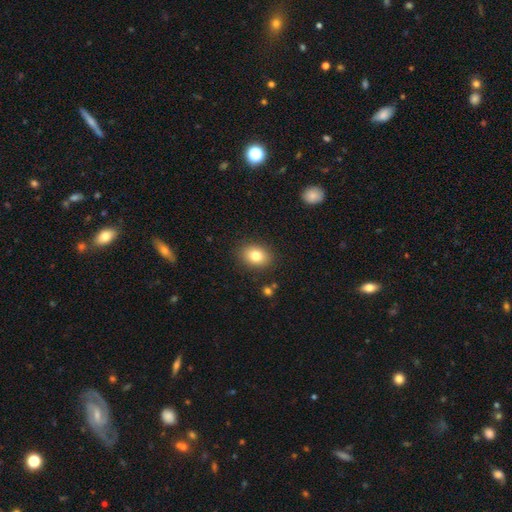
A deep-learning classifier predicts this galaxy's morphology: smooth 81%, star or artifact 10%, featured or disk 10%. Down the decision tree: how rounded — in between (61%); merging — none (87%).